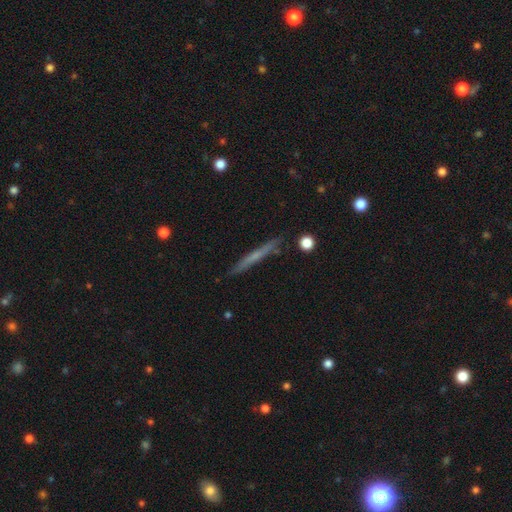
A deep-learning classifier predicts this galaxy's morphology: The model was most divided on "smooth or featured": smooth: 49%, featured or disk: 44%, star or artifact: 7%. More confident: merging — none (89%).